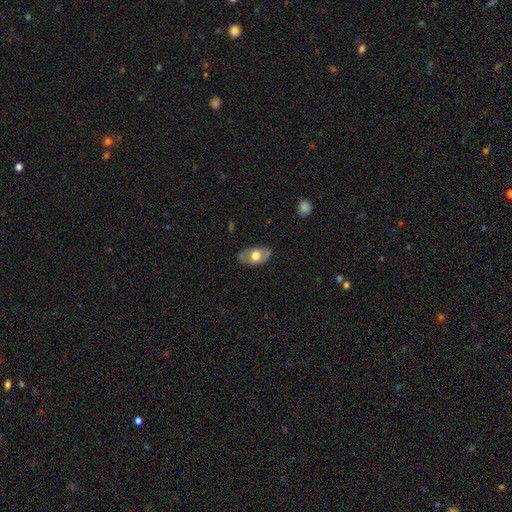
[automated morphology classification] smooth_or_featured: smooth (p=0.53) [alt: featured or disk p=0.41]
how_rounded: in between (p=0.88) [alt: round p=0.10]
merging: none (p=0.71) [alt: minor disturbance p=0.22]